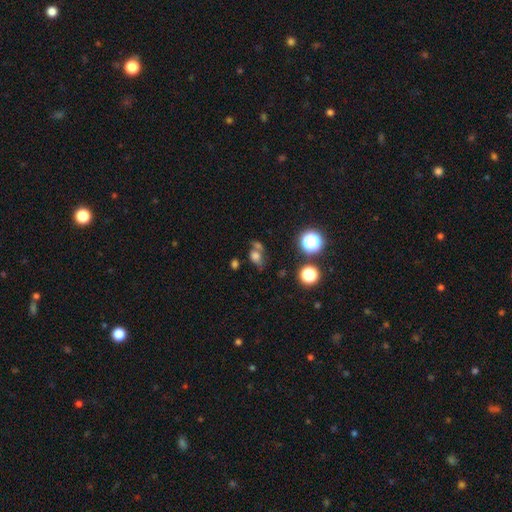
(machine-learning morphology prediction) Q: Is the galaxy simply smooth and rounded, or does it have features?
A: smooth — 62%.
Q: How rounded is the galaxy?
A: in between — 57%.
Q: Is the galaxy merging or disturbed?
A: none — 42%.